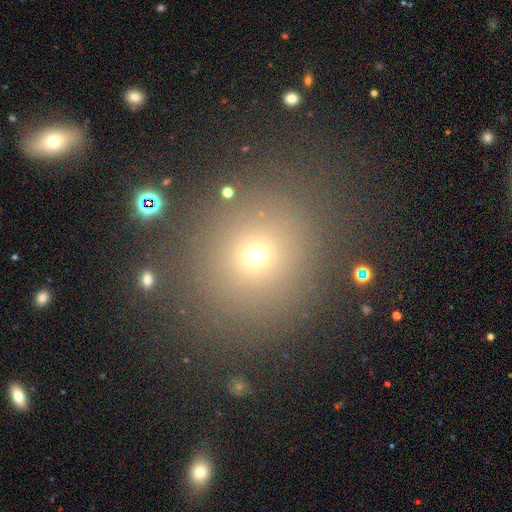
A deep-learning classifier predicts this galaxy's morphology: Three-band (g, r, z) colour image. It shows a smooth galaxy with no disk features (64%) that is round (83%). Merging: none (83%).